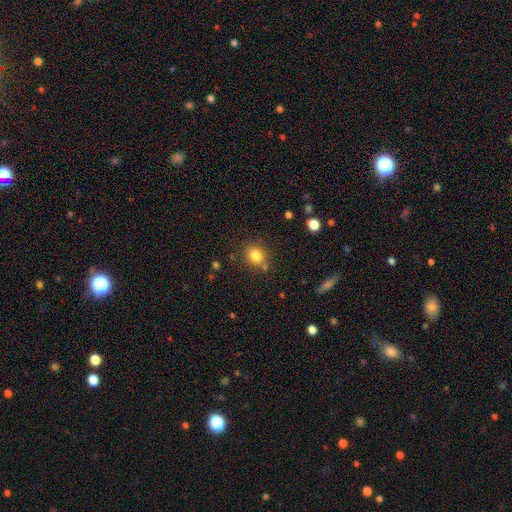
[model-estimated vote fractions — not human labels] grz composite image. It shows a smooth galaxy with no disk features (82%) that is round (75%). Merging: none (76%).